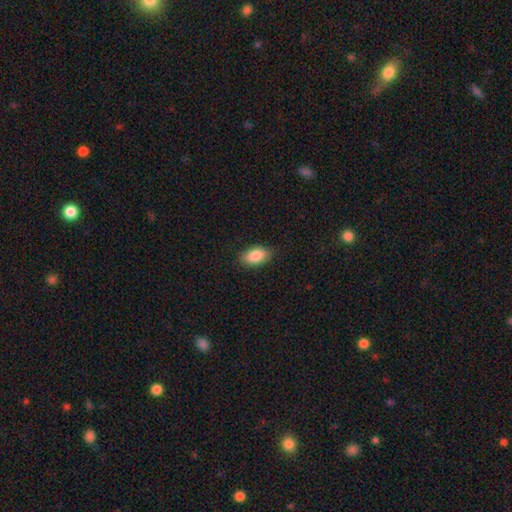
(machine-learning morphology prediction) The model was most divided on "merging": none: 86%, minor disturbance: 11%, major disturbance: 2%, merger: 1%. More confident: how rounded — in between (92%); smooth or featured — smooth (87%).